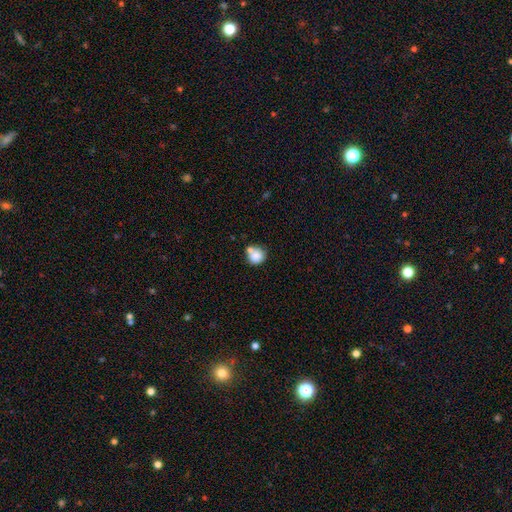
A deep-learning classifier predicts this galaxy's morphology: The model was most divided on "merging": none: 54%, merger: 28%, minor disturbance: 13%, major disturbance: 5%. More confident: how rounded — round (86%); smooth or featured — smooth (83%).